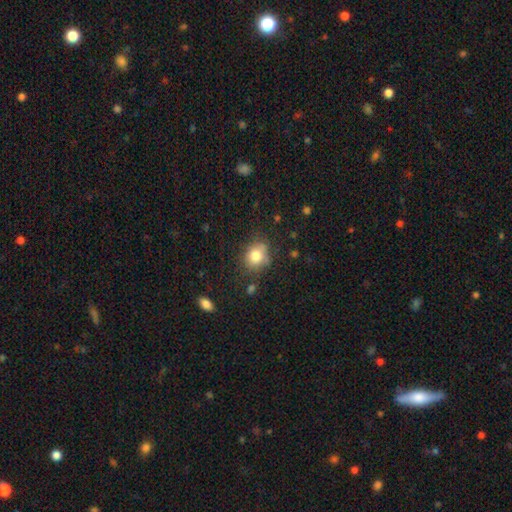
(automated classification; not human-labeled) Q: Smooth or featured?
A: smooth (80%); runner-up: star or artifact (10%)
Q: How rounded?
A: round (69%); runner-up: in between (30%)
Q: Merging?
A: none (68%); runner-up: minor disturbance (21%)